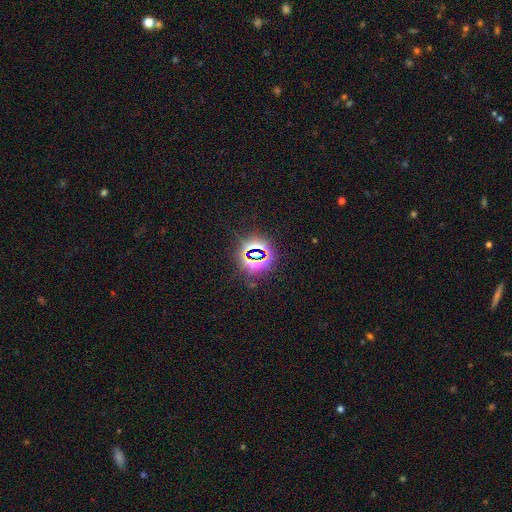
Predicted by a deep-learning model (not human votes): Q: Smooth or featured?
A: star or artifact (78%); runner-up: smooth (14%)